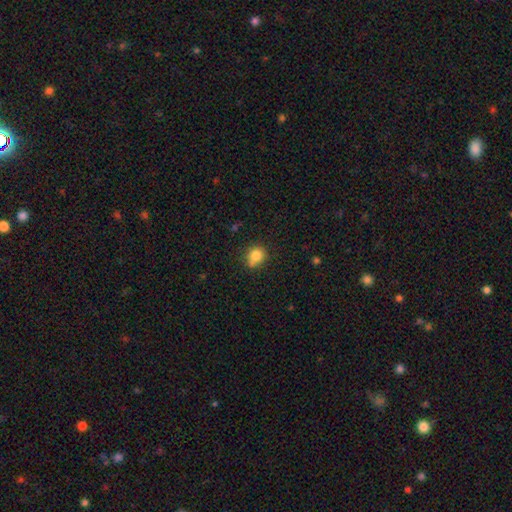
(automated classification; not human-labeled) smooth 82%, star or artifact 11%, featured or disk 7%. Down the decision tree: how rounded — round (77%); merging — none (64%).